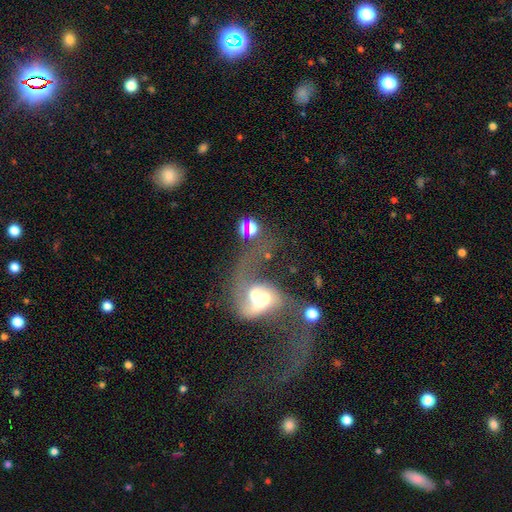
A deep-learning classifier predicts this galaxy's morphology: smooth_or_featured: featured or disk (p=0.81) [alt: smooth p=0.11]
disk_edge_on: no (p=0.96) [alt: yes p=0.04]
bar: no (p=0.49) [alt: weak p=0.34]
has_spiral_arms: yes (p=0.91) [alt: no p=0.09]
spiral_winding: loose (p=0.75) [alt: medium p=0.20]
spiral_arm_count: 2 (p=0.86) [alt: 1 p=0.07]
bulge_size: moderate (p=0.53) [alt: large p=0.28]
merging: none (p=0.39) [alt: major disturbance p=0.33]